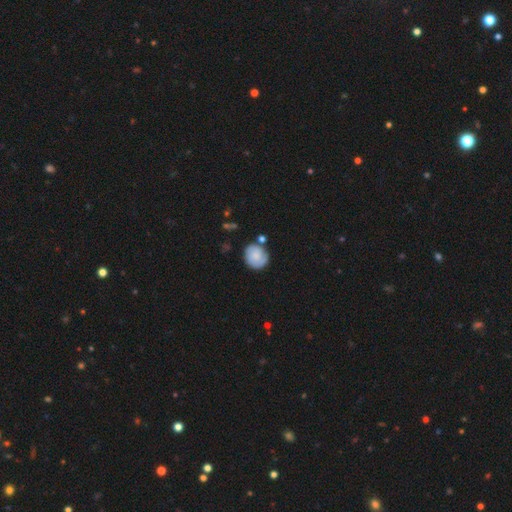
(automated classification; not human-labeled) smooth 69%, featured or disk 24%, star or artifact 7%. Down the decision tree: how rounded — round (79%); merging — none (67%).